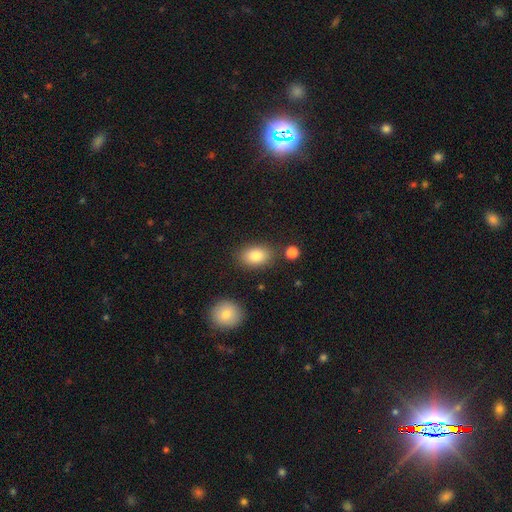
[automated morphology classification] Q: Smooth or featured?
A: smooth (83%); runner-up: featured or disk (9%)
Q: How rounded?
A: in between (85%); runner-up: round (14%)
Q: Merging?
A: none (79%); runner-up: minor disturbance (12%)